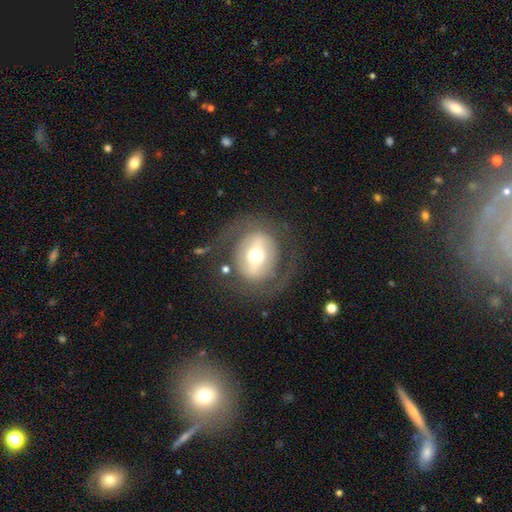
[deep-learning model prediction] Smooth or featured? featured or disk (56%)
Edge-on disk? no (93%)
Bar? strong (41%)
Spiral arms? no (71%)
Bulge size? moderate (64%)
Merging? none (71%)